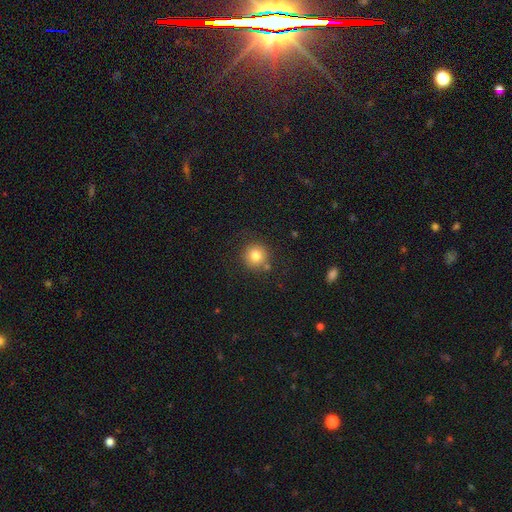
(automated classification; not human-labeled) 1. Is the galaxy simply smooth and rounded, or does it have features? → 80% smooth, 11% star or artifact, 8% featured or disk.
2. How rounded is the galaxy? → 94% round, 5% in between, 1% cigar-shaped.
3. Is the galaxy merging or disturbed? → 80% none, 10% minor disturbance, 7% merger, 3% major disturbance.